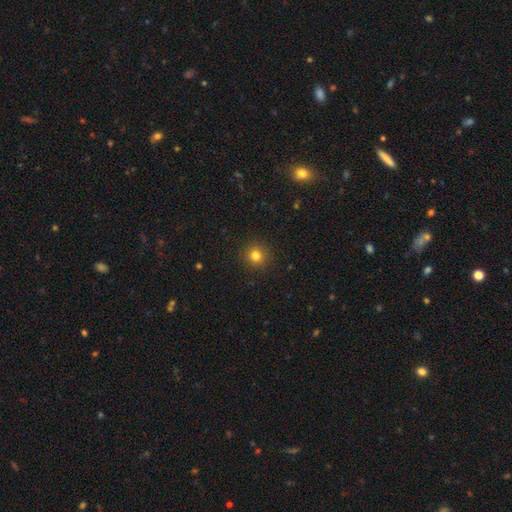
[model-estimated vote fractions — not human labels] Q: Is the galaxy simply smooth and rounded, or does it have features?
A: smooth — 81%.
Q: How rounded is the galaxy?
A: round — 93%.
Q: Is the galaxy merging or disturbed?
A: none — 91%.